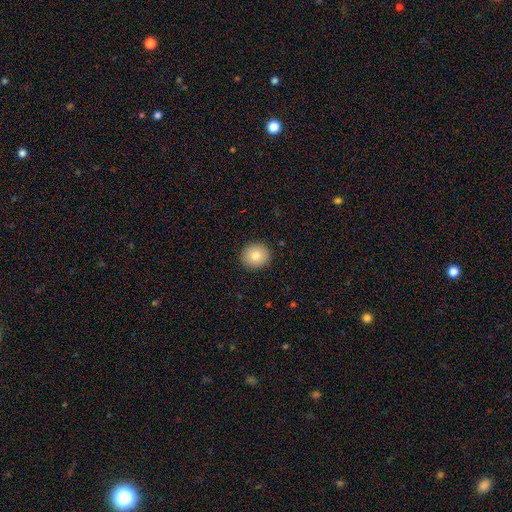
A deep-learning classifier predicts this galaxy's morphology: The model was most divided on "how rounded": round: 86%, in between: 13%, cigar-shaped: 1%. More confident: merging — none (92%); smooth or featured — smooth (82%).